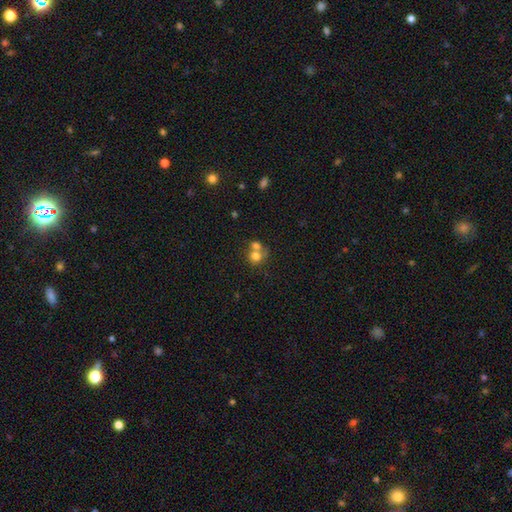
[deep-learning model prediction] Overall: smooth (73%). How rounded: round (78%). Merging: merger (55%; none 33%).